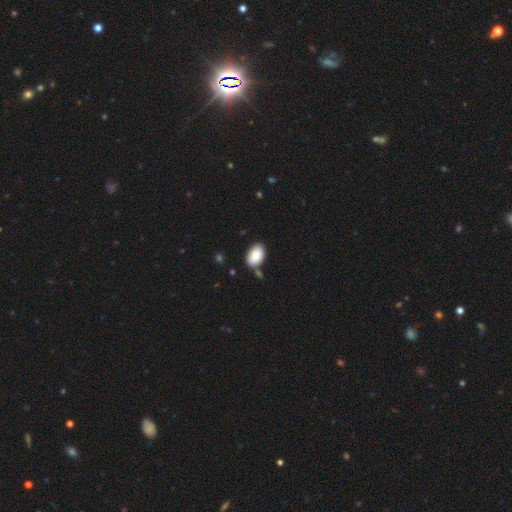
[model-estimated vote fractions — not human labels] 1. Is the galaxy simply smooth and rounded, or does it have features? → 86% smooth, 8% featured or disk, 7% star or artifact.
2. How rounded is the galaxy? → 91% in between, 8% round, 1% cigar-shaped.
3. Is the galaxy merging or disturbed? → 76% none, 15% minor disturbance, 6% merger, 3% major disturbance.